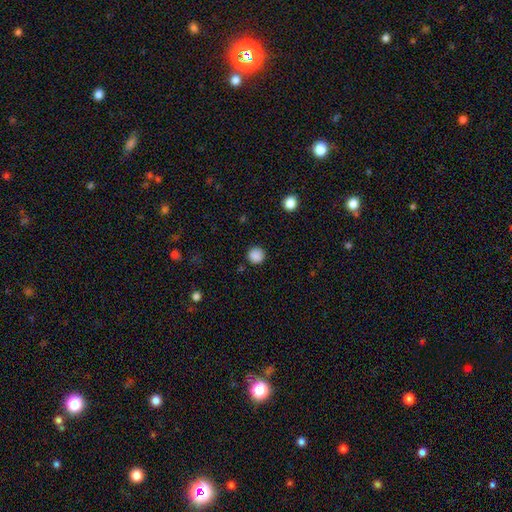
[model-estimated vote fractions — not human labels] Smooth or featured: smooth — 87% (star or artifact — 10%)
How rounded: round — 95% (in between — 4%)
Merging: none — 90% (minor disturbance — 6%)